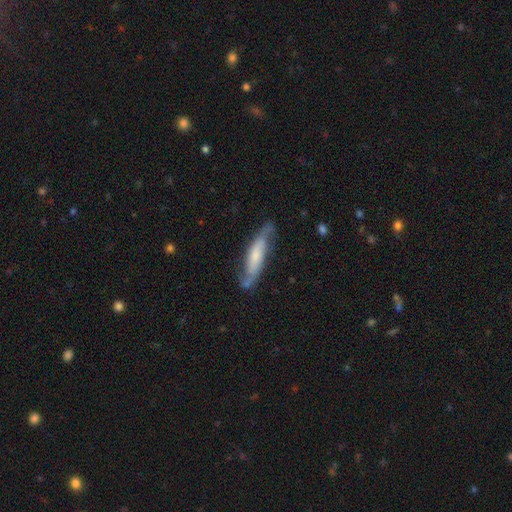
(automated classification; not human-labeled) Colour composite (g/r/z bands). It shows a featured or disk galaxy (59%). Merging: none (68%).